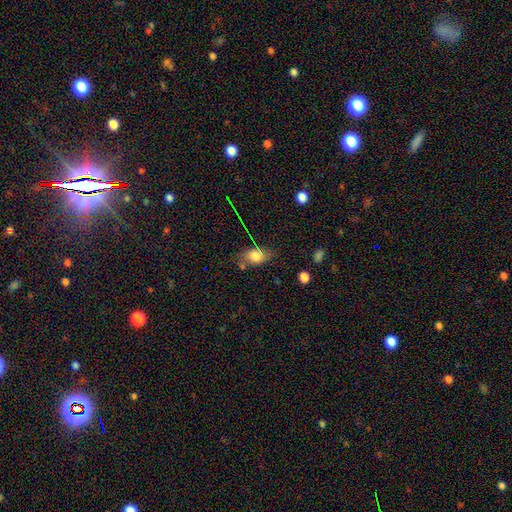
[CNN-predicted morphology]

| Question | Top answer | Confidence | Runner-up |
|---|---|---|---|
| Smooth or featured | smooth | 75% | featured or disk (14%) |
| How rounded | in between | 77% | round (20%) |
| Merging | none | 64% | minor disturbance (23%) |